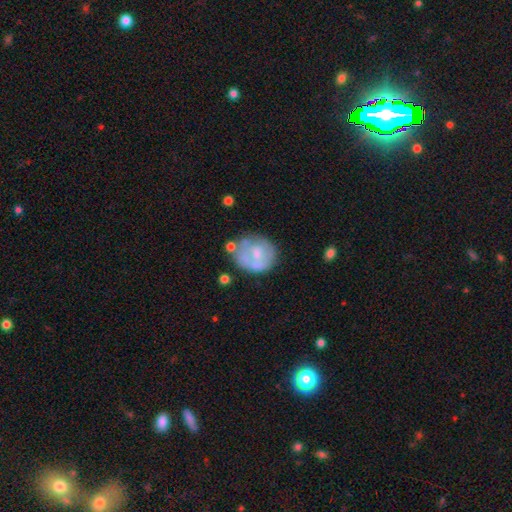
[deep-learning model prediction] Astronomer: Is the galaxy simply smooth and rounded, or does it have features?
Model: featured or disk — 47% (runner-up: smooth, 45%).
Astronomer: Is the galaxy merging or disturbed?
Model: none — 52%.